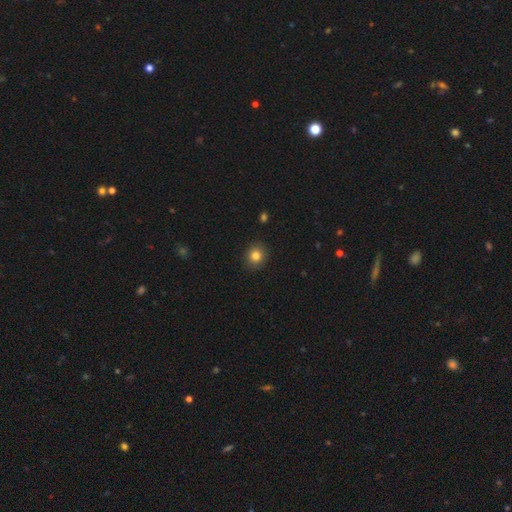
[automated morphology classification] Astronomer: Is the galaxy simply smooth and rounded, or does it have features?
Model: smooth — 83%.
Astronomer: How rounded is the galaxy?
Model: round — 83%.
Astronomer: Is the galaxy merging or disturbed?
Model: none — 90%.